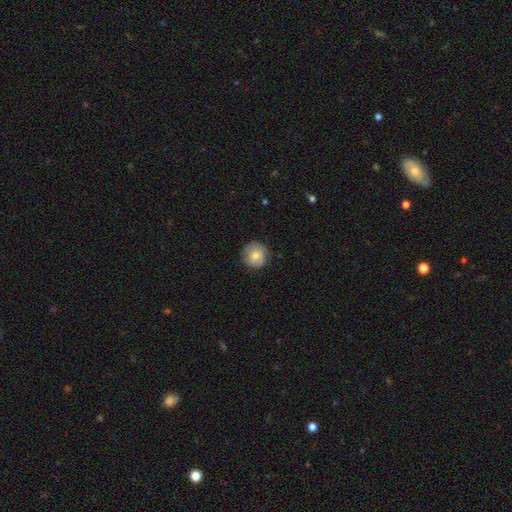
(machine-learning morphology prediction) Smooth or featured? smooth (77%)
How rounded? round (92%)
Merging? none (77%)